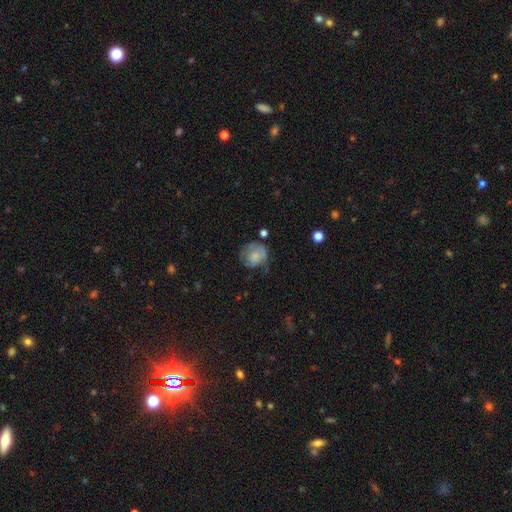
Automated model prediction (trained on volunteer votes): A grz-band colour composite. It shows a smooth galaxy with no disk features (64%) that is round (75%). Merging: none (44%).